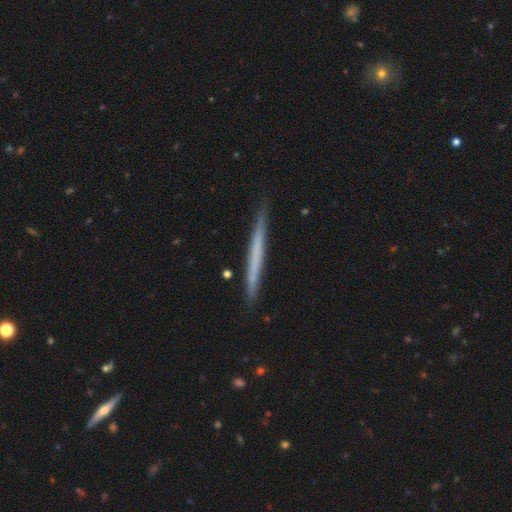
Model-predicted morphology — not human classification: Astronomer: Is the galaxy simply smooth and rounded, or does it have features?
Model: smooth — 51% (runner-up: featured or disk, 44%).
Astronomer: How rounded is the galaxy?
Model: cigar-shaped — 97%.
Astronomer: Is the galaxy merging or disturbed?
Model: none — 89%.